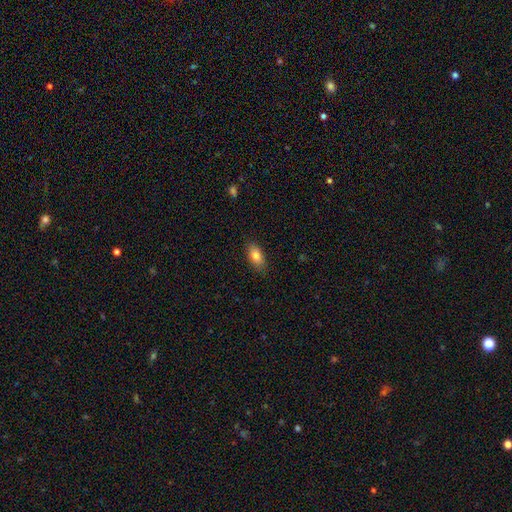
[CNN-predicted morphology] Q: Smooth or featured?
A: smooth (82%); runner-up: featured or disk (10%)
Q: How rounded?
A: in between (89%); runner-up: cigar-shaped (6%)
Q: Merging?
A: none (84%); runner-up: minor disturbance (12%)